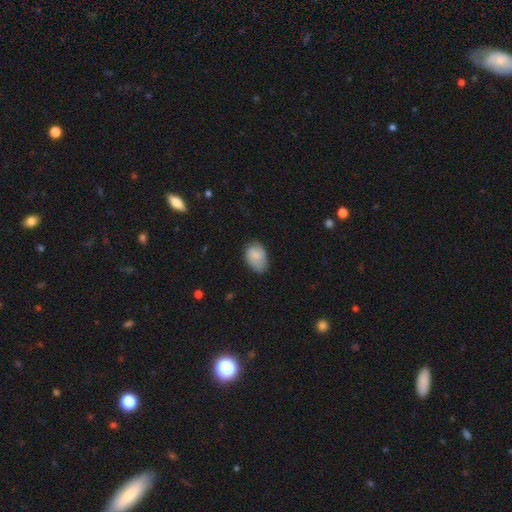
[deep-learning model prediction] A smooth galaxy with no disk features (81%) that is in between round and cigar-shaped (86%).

Vote fractions:
- Smooth or featured? smooth: 81% / featured or disk: 13% / star or artifact: 7%
- How rounded? in between: 86% / round: 13% / cigar-shaped: 1%
- Merging? none: 66% / minor disturbance: 27% / major disturbance: 5% / merger: 1%